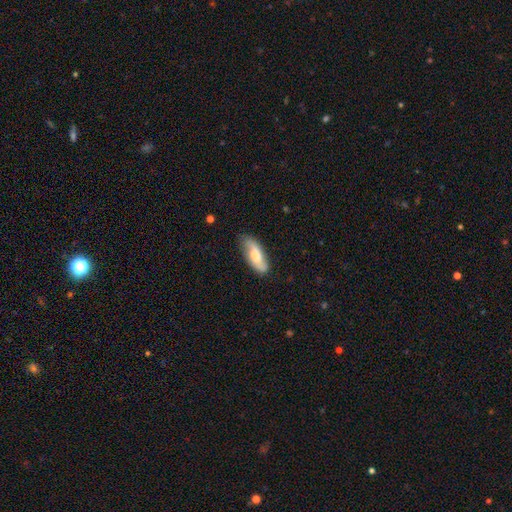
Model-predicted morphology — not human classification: The model was most divided on "smooth or featured": featured or disk: 50%, smooth: 44%, star or artifact: 6%. More confident: edge-on disk — no (81%); merging — none (78%).